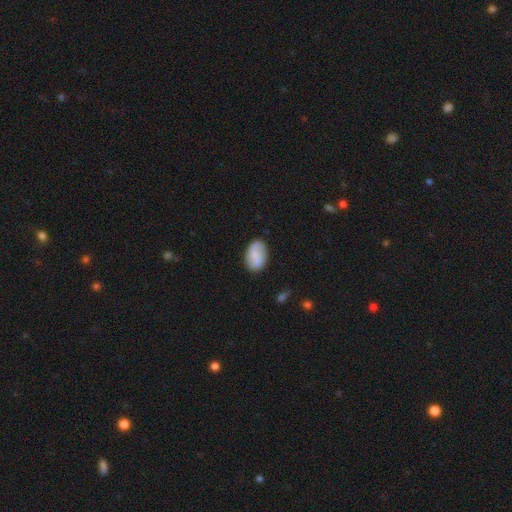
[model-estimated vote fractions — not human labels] This appears to be a smooth galaxy with no disk features (67%) that is in between round and cigar-shaped (89%). Merging: none (81%).